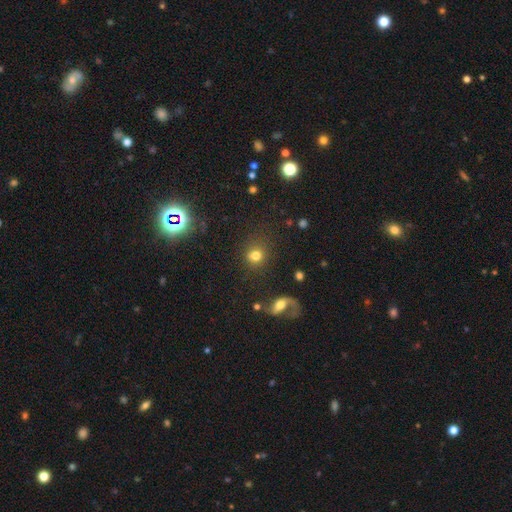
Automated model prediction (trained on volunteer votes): A smooth galaxy with no disk features (74%) that is round (81%). Merging: none (74%).